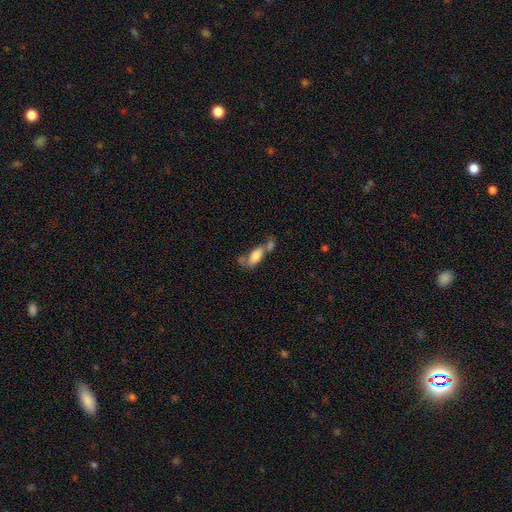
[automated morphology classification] smooth-or-featured: smooth: 74% | featured or disk: 18% | star or artifact: 8%
  how-rounded: in between: 83% | cigar-shaped: 14% | round: 3%
  merging: merger: 46% | none: 31% | minor disturbance: 14% | major disturbance: 9%